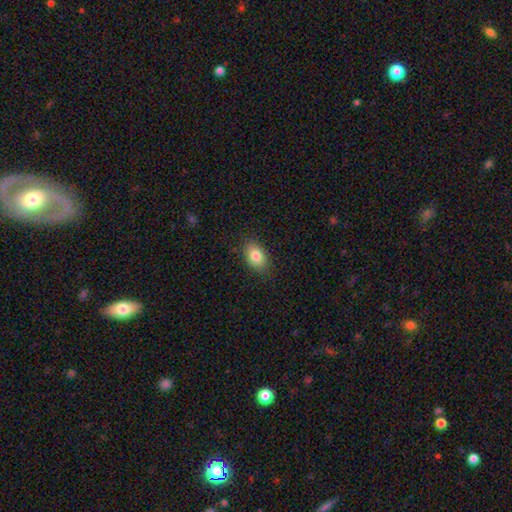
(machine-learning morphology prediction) smooth-or-featured: smooth: 83% | featured or disk: 9% | star or artifact: 8%
  how-rounded: in between: 86% | round: 13% | cigar-shaped: 1%
  merging: none: 85% | minor disturbance: 11% | major disturbance: 3% | merger: 1%